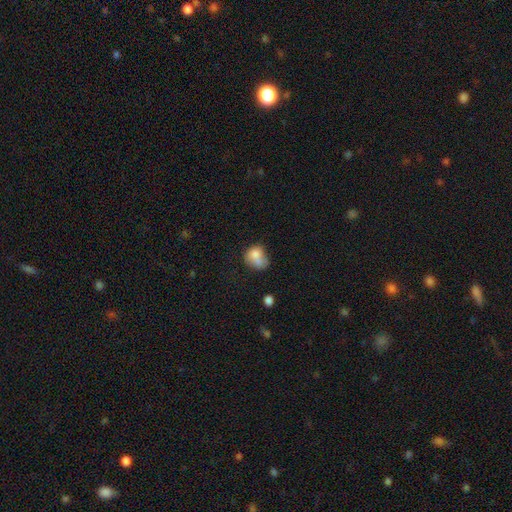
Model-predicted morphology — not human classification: smooth_or_featured: smooth (p=0.72) [alt: featured or disk p=0.18]
how_rounded: in between (p=0.51) [alt: round p=0.48]
merging: none (p=0.31) [alt: minor disturbance p=0.27]